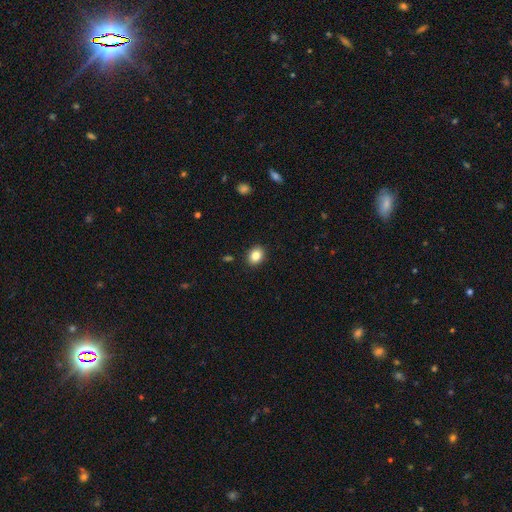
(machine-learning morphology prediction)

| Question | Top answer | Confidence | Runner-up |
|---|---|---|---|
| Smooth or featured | smooth | 84% | star or artifact (9%) |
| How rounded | round | 50% | in between (49%) |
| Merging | none | 90% | minor disturbance (7%) |